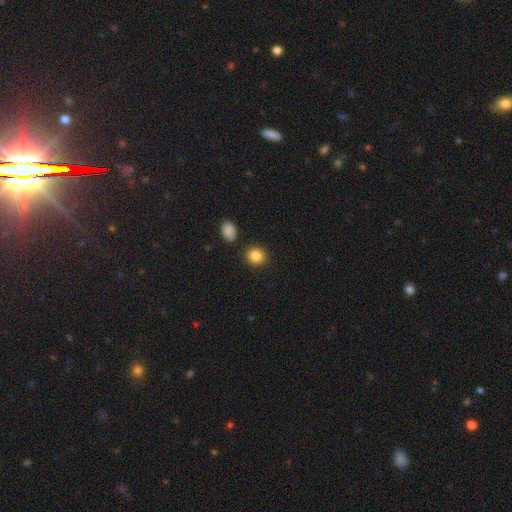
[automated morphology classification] A smooth galaxy with no disk features (86%) that is round (81%). Merging: none (88%).